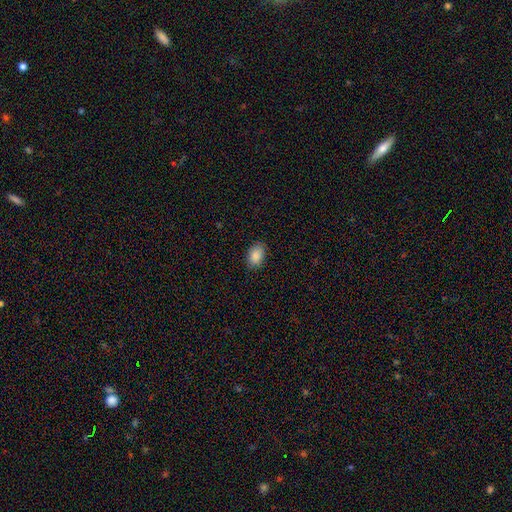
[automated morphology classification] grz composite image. It shows a smooth galaxy with no disk features (89%) that is in between round and cigar-shaped (84%). Merging: none (85%).